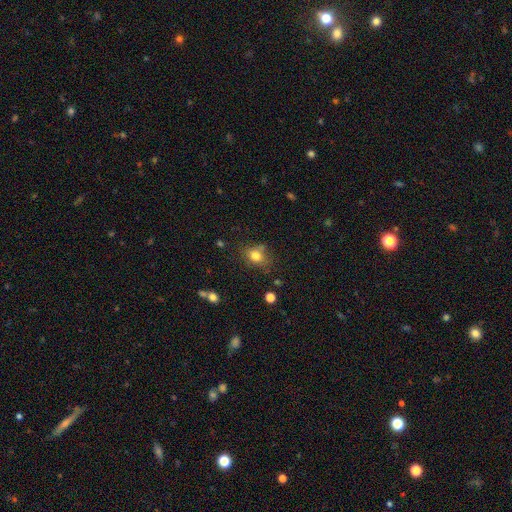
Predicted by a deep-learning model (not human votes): smooth_or_featured: smooth (p=0.79) [alt: star or artifact p=0.12]
how_rounded: in between (p=0.52) [alt: round p=0.47]
merging: none (p=0.65) [alt: minor disturbance p=0.21]